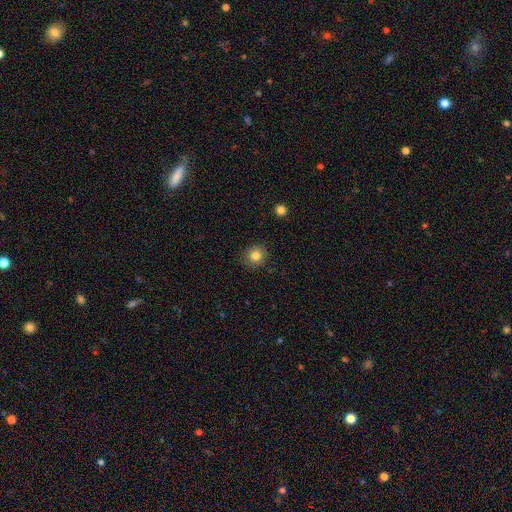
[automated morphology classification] This appears to be a smooth galaxy with no disk features (83%) that is round (89%). Merging: none (89%).